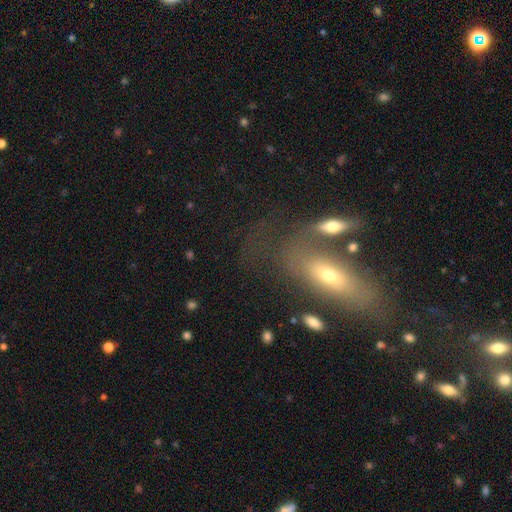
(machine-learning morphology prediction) This appears to be a featured or disk galaxy (47%). Merging: none (61%).